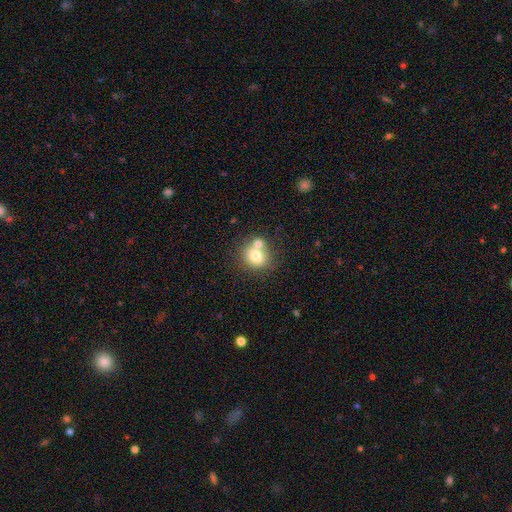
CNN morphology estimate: smooth_or_featured: smooth (p=0.74) [alt: featured or disk p=0.16]
how_rounded: round (p=0.77) [alt: in between p=0.22]
merging: none (p=0.47) [alt: merger p=0.41]